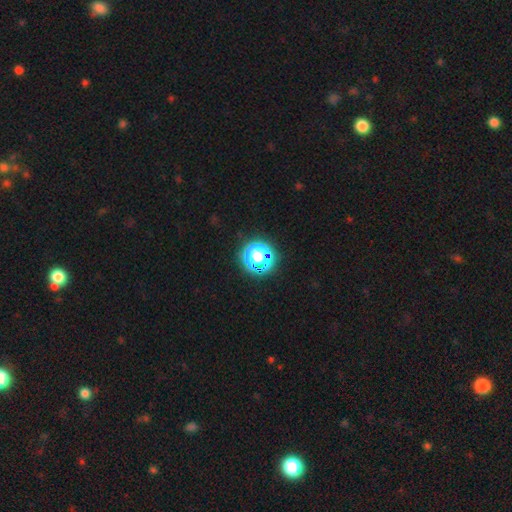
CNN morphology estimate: smooth_or_featured: star or artifact (p=0.72) [alt: smooth p=0.21]